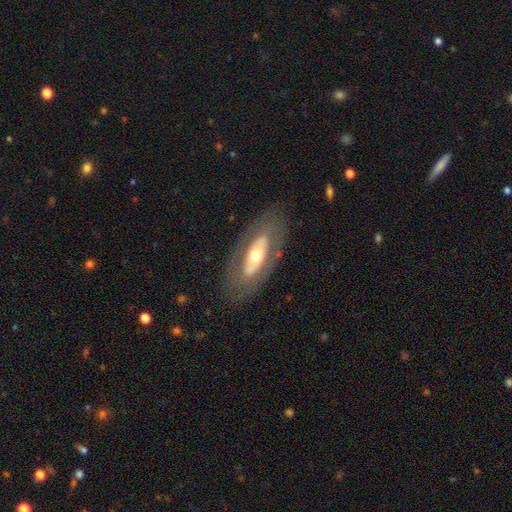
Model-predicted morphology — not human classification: A featured or disk galaxy (62%) with no bar (73%), no spiral arms (80%) and a moderate central bulge (63%). Merging: none (80%).